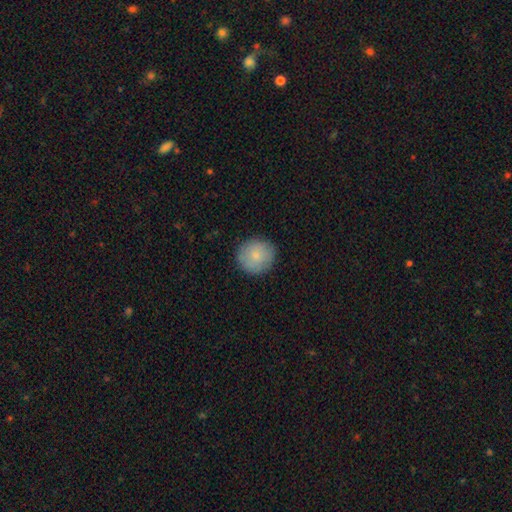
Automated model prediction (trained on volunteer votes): Smooth or featured? Predicted: smooth (p=0.81). How rounded? Predicted: round (p=0.90). Merging? Predicted: none (p=0.87).